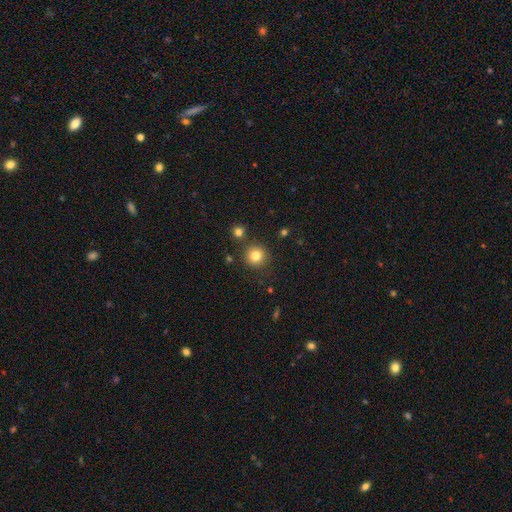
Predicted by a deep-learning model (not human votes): Smooth or featured? Predicted: smooth (p=0.82). How rounded? Predicted: round (p=0.92). Merging? Predicted: none (p=0.84).